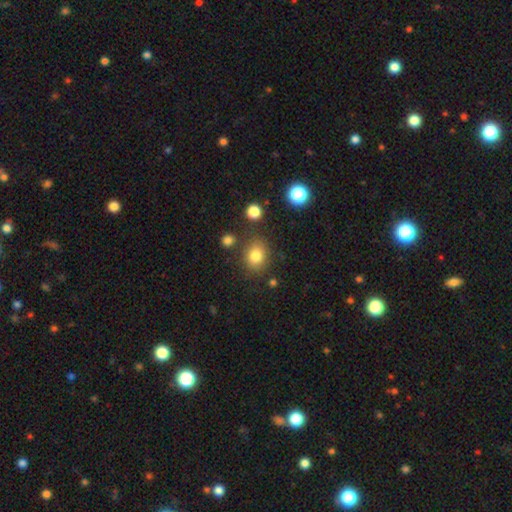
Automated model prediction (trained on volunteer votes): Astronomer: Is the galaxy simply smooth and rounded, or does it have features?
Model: smooth — 81%.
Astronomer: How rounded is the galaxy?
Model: round — 54% (runner-up: in between, 45%).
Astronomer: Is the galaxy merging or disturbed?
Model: none — 79%.